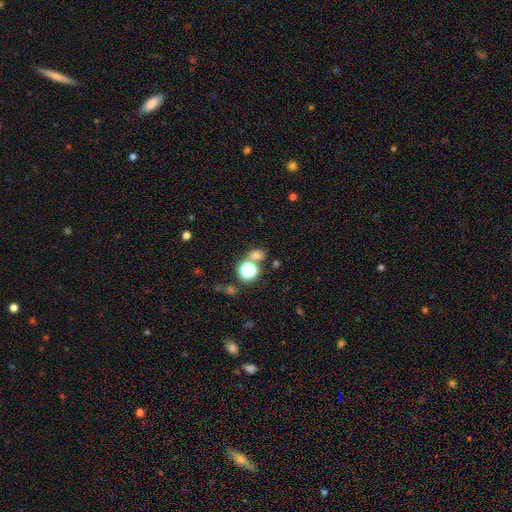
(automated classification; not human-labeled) Smooth or featured? smooth (66%)
How rounded? round (60%)
Merging? none (64%)